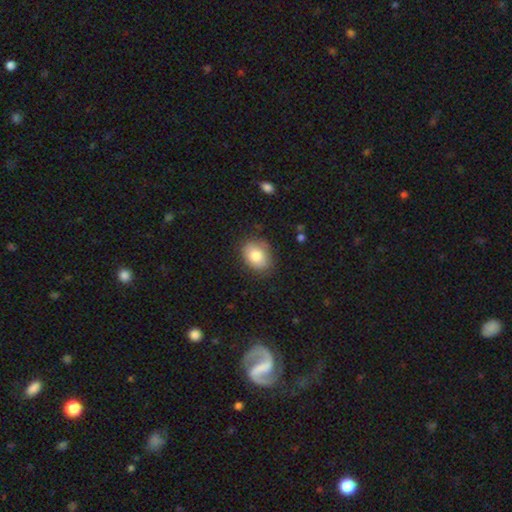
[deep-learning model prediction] This is clearly a smooth galaxy (82%). How rounded: likely in between (63%). Merging: likely none (78%).